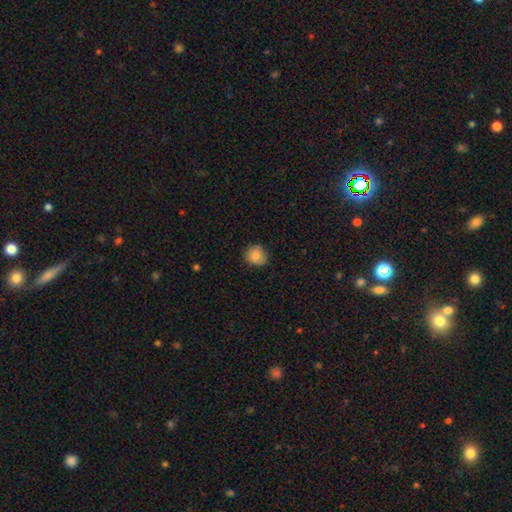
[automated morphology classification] Q: Smooth or featured?
A: smooth (83%); runner-up: featured or disk (9%)
Q: How rounded?
A: round (89%); runner-up: in between (10%)
Q: Merging?
A: none (82%); runner-up: minor disturbance (15%)